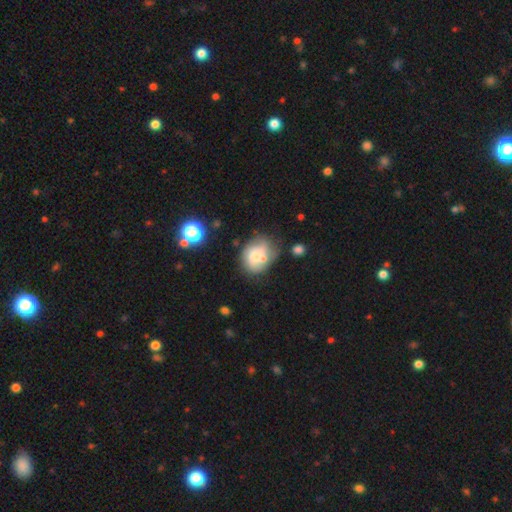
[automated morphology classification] smooth-or-featured: smooth: 55% | featured or disk: 35% | star or artifact: 10%
  how-rounded: round: 50% | in between: 49% | cigar-shaped: 1%
  merging: none: 41% | minor disturbance: 24% | merger: 23% | major disturbance: 12%